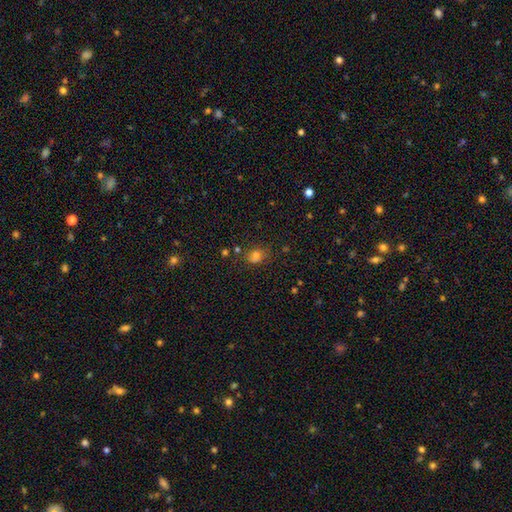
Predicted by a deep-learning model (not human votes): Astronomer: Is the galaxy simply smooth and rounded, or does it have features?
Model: smooth — 64%.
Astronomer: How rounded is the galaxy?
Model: round — 57% (runner-up: in between, 41%).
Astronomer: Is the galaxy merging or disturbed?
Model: none — 68%.